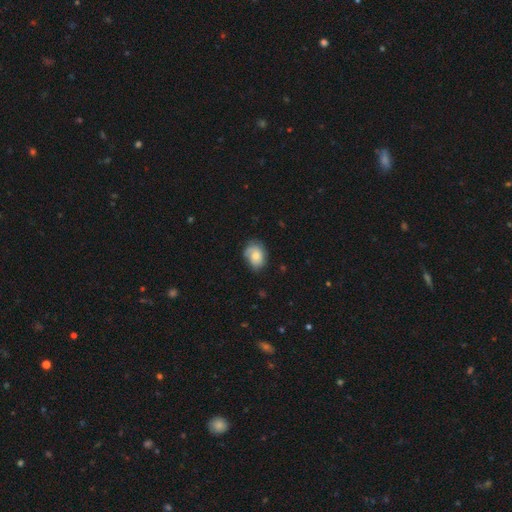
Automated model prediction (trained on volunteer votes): smooth_or_featured: smooth (p=0.56) [alt: featured or disk p=0.37]
how_rounded: in between (p=0.63) [alt: round p=0.36]
merging: none (p=0.64) [alt: minor disturbance p=0.26]